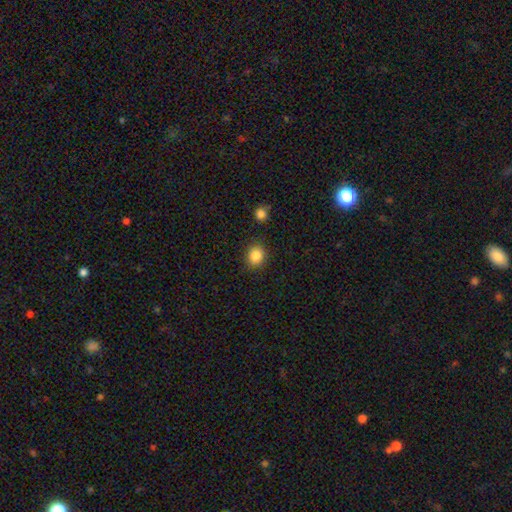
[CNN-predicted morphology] Q: Smooth or featured?
A: smooth (86%); runner-up: star or artifact (10%)
Q: How rounded?
A: round (74%); runner-up: in between (25%)
Q: Merging?
A: none (87%); runner-up: minor disturbance (8%)